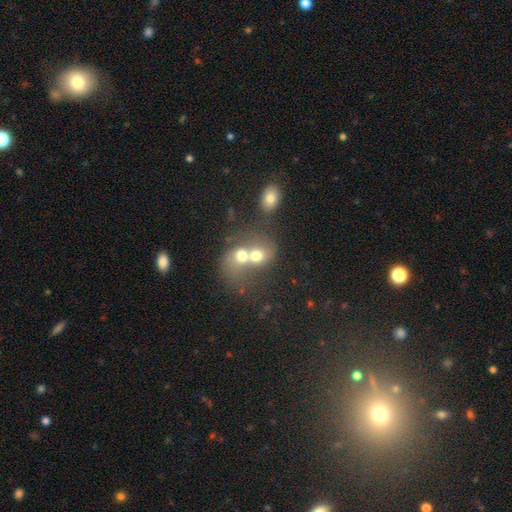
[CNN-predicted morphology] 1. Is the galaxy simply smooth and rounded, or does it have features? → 61% smooth, 27% featured or disk, 12% star or artifact.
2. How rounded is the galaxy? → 58% round, 40% in between, 1% cigar-shaped.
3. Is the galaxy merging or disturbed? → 75% merger, 13% none, 7% major disturbance, 5% minor disturbance.